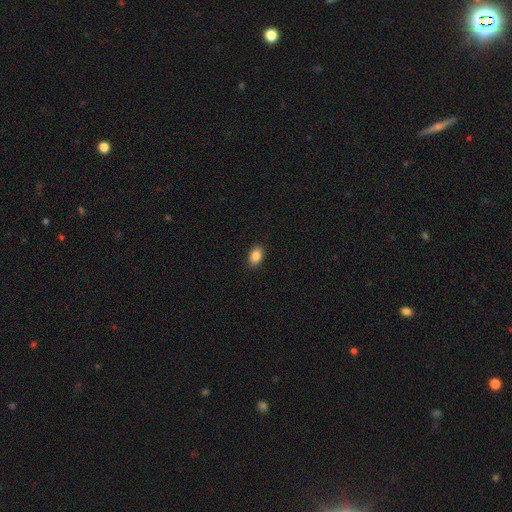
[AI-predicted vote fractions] Smooth or featured? smooth (87%)
How rounded? in between (84%)
Merging? none (90%)